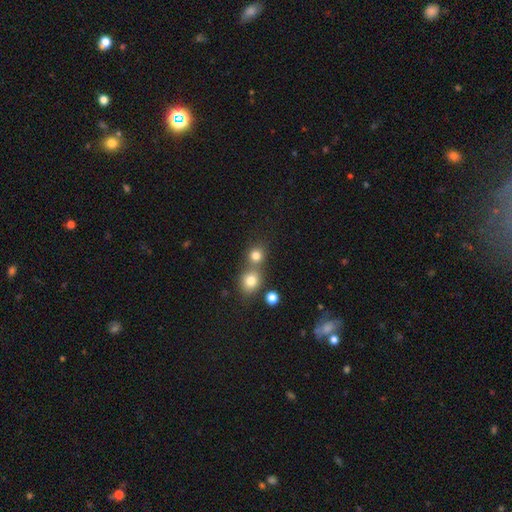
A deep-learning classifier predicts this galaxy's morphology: A smooth galaxy with no disk features (78%) that is round (82%).

Vote fractions:
- Smooth or featured? smooth: 78% / star or artifact: 14% / featured or disk: 8%
- How rounded? round: 82% / in between: 17% / cigar-shaped: 1%
- Merging? none: 49% / merger: 41% / minor disturbance: 7% / major disturbance: 3%